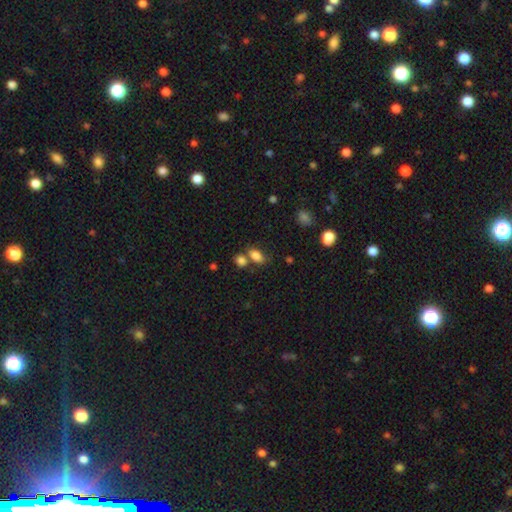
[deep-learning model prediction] This is clearly a smooth galaxy (83%). How rounded: clearly in between (85%). Merging: possibly none (52%).